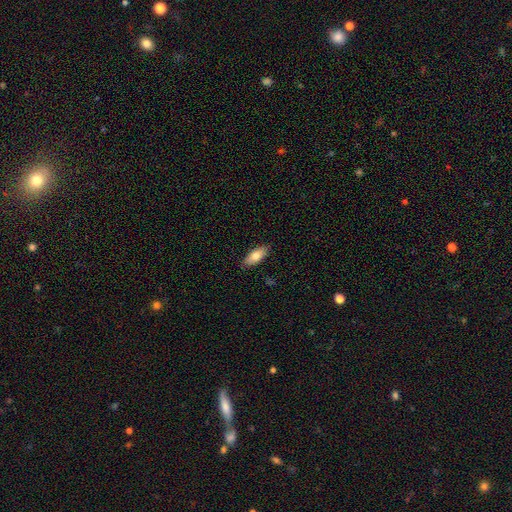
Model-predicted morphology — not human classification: Q: Smooth or featured?
A: smooth (78%); runner-up: featured or disk (15%)
Q: How rounded?
A: in between (82%); runner-up: cigar-shaped (16%)
Q: Merging?
A: none (87%); runner-up: minor disturbance (10%)